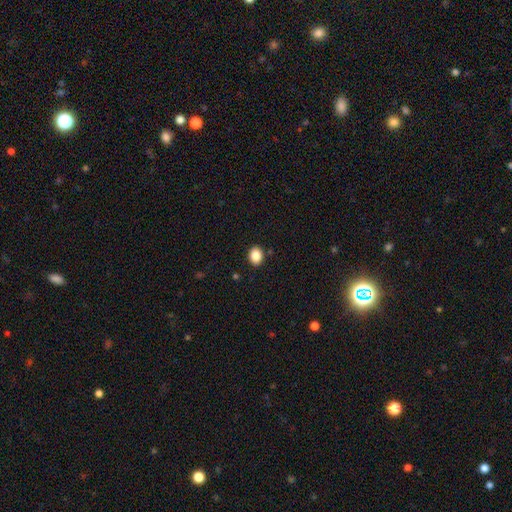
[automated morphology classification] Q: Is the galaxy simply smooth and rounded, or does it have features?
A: smooth — 87%.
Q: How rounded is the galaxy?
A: in between — 57%.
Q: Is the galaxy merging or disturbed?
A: none — 89%.